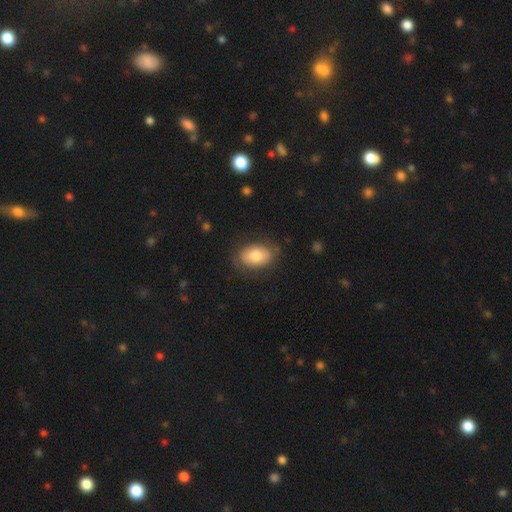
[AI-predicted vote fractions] smooth_or_featured: smooth (p=0.75) [alt: featured or disk p=0.18]
how_rounded: in between (p=0.87) [alt: round p=0.12]
merging: none (p=0.78) [alt: minor disturbance p=0.16]